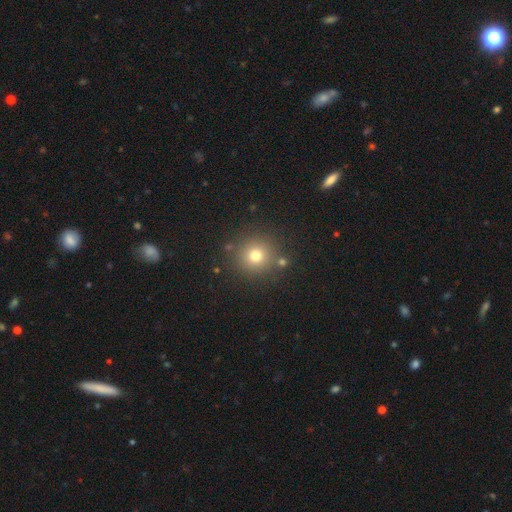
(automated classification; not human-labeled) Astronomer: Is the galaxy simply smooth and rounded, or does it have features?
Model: smooth — 75%.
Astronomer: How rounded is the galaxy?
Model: round — 93%.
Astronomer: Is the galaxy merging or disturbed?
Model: none — 83%.